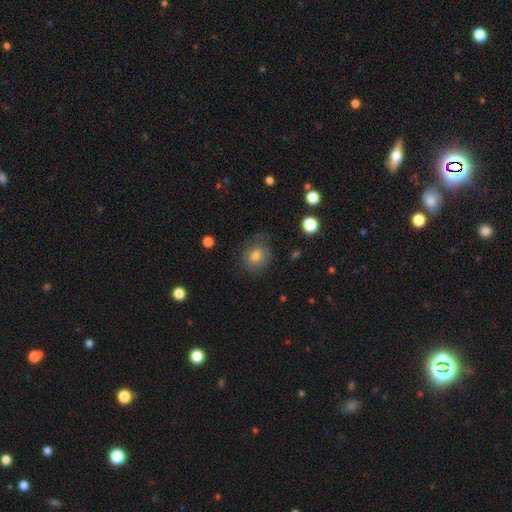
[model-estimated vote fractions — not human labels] Smooth or featured? smooth (73%)
How rounded? round (71%)
Merging? none (68%)